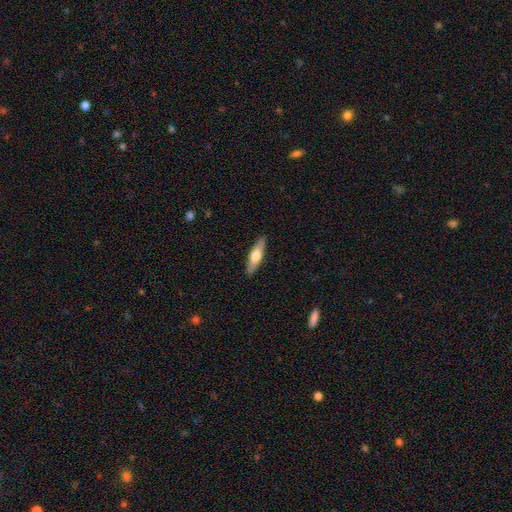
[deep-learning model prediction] Q: Smooth or featured?
A: smooth (54%); runner-up: featured or disk (40%)
Q: How rounded?
A: cigar-shaped (69%); runner-up: in between (29%)
Q: Merging?
A: none (90%); runner-up: minor disturbance (7%)